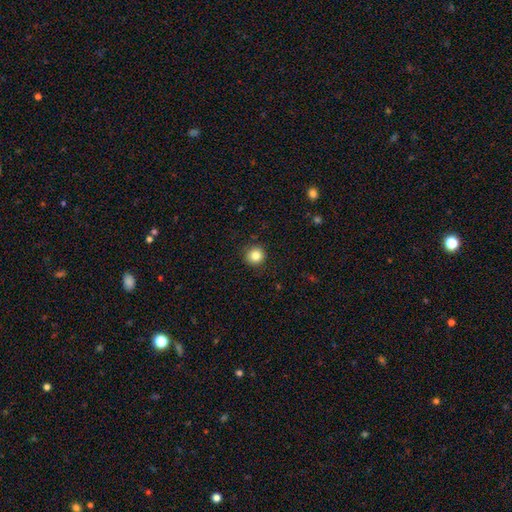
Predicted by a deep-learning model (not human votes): smooth-or-featured: smooth: 84% | star or artifact: 10% | featured or disk: 5%
  how-rounded: round: 94% | in between: 5% | cigar-shaped: 1%
  merging: none: 91% | minor disturbance: 6% | major disturbance: 2% | merger: 1%